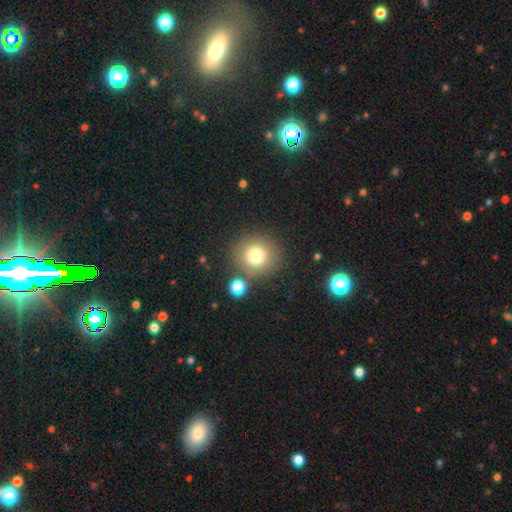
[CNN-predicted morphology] smooth_or_featured: smooth (p=0.76) [alt: star or artifact p=0.13]
how_rounded: round (p=0.93) [alt: in between p=0.06]
merging: none (p=0.81) [alt: minor disturbance p=0.08]